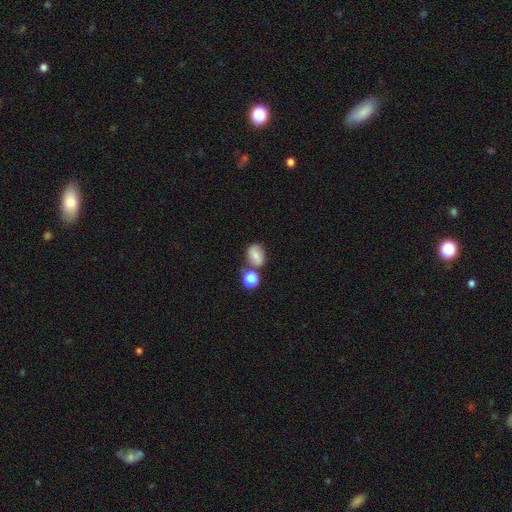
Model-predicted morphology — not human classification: type=smooth (74%); roundness=in between (69%); merging=none (52%).